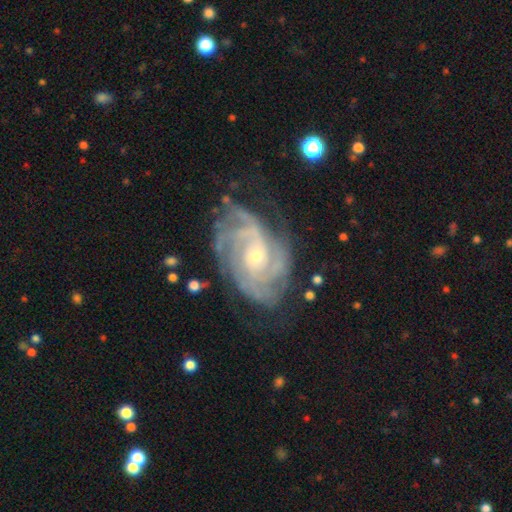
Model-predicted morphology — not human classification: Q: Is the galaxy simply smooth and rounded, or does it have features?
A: featured or disk — 90%.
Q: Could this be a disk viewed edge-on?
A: no — 97%.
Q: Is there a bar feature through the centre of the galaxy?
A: no — 63%.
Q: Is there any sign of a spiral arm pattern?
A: yes — 98%.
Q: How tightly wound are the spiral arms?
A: tight — 67%.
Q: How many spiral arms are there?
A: can't tell — 24%.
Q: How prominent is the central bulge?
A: small — 64%.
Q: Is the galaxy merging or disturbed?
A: none — 68%.